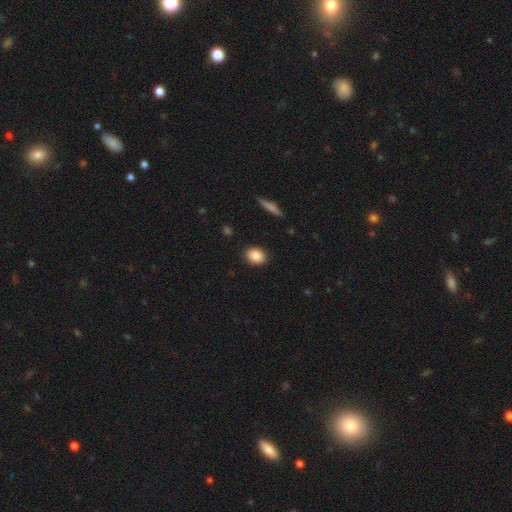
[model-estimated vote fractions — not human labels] Smooth or featured: smooth — 88% (star or artifact — 8%)
How rounded: in between — 65% (round — 33%)
Merging: none — 88% (minor disturbance — 8%)